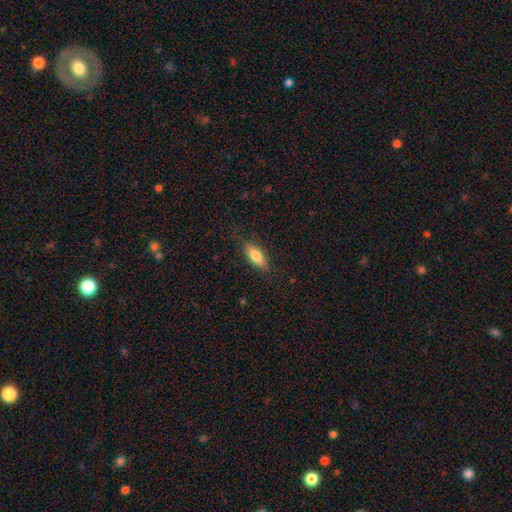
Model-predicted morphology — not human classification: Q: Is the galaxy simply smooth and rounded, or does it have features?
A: smooth — 76%.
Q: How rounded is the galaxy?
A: in between — 71%.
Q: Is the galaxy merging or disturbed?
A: none — 81%.